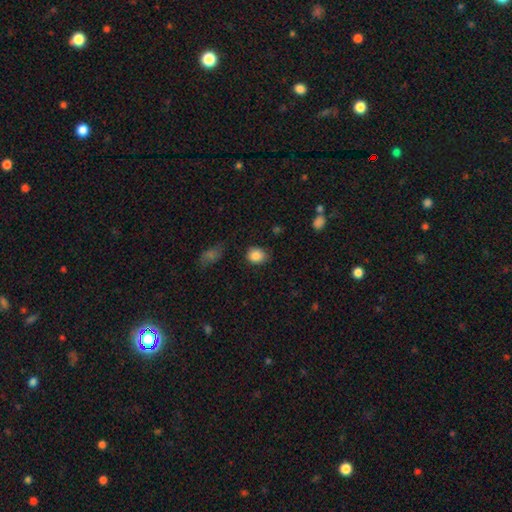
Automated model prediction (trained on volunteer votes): Smooth or featured?
  - smooth: 86% *
  - star or artifact: 9%
  - featured or disk: 4%
How rounded?
  - round: 58% *
  - in between: 41%
  - cigar-shaped: 1%
Merging?
  - none: 78% *
  - minor disturbance: 16%
  - major disturbance: 4%
  - merger: 2%